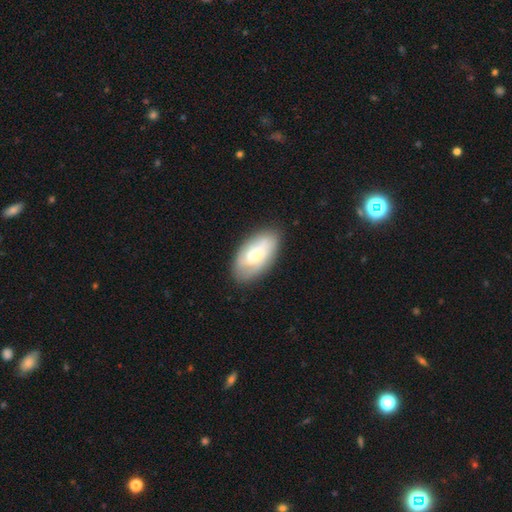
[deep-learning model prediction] Morphology: type=featured or disk (48%); merging=none (77%).